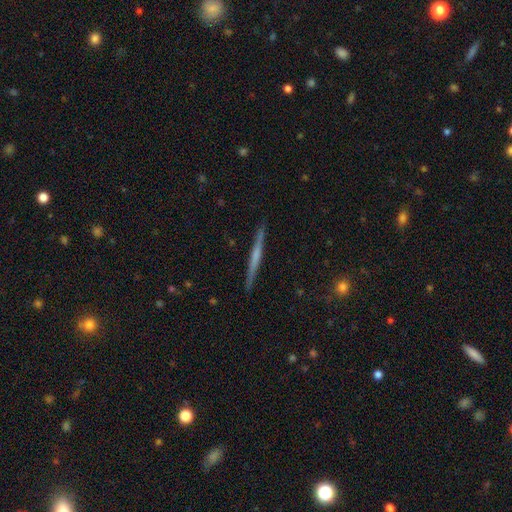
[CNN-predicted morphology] smooth_or_featured: featured or disk (p=0.62) [alt: smooth p=0.32]
disk_edge_on: yes (p=0.98) [alt: no p=0.02]
edge_on_bulge: none (p=0.58) [alt: rounded p=0.30]
merging: none (p=0.91) [alt: minor disturbance p=0.07]